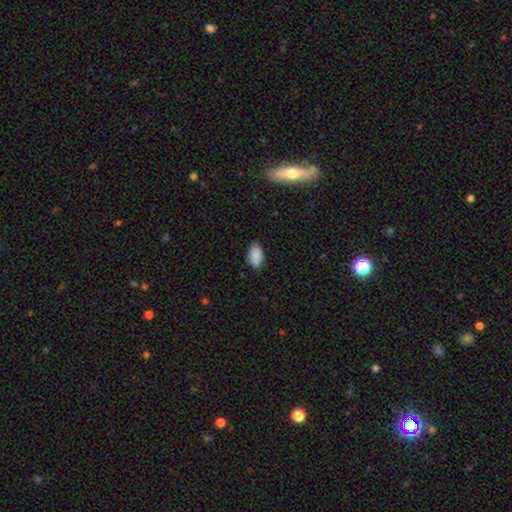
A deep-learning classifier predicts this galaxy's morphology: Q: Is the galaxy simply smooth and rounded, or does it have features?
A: smooth — 88%.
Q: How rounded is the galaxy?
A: in between — 94%.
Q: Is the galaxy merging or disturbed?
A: none — 80%.